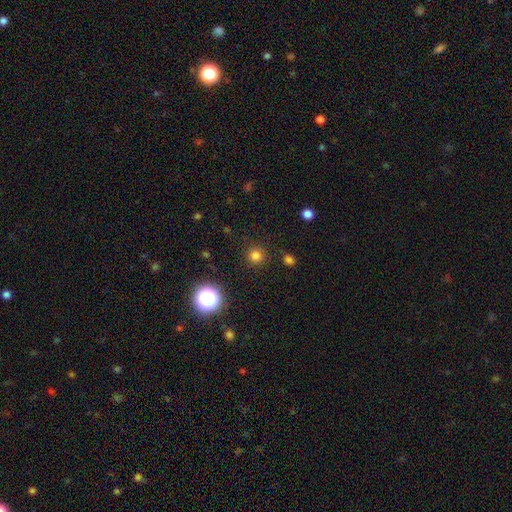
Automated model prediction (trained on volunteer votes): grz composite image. It shows a smooth galaxy with no disk features (78%) that is round (94%). Merging: none (89%).